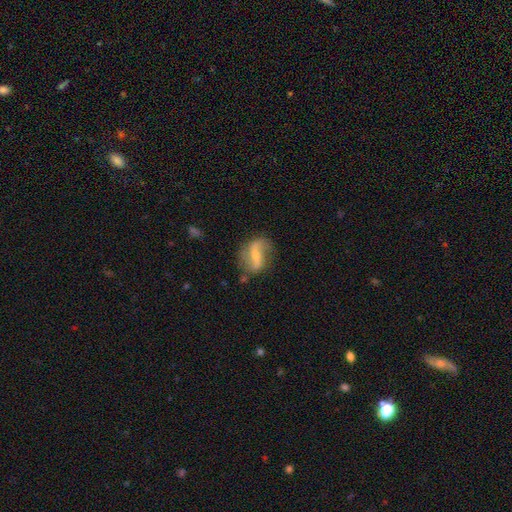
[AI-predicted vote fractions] This is likely a featured or disk galaxy (71%). It is clearly not viewed edge-on (95%). Bar: marginally strong (42%). Spiral arm pattern: clearly yes (87%). Spiral arm count: clearly 2 (88%). Spiral winding: likely loose (70%). Central bulge: possibly small (56%). Merging: likely none (68%).